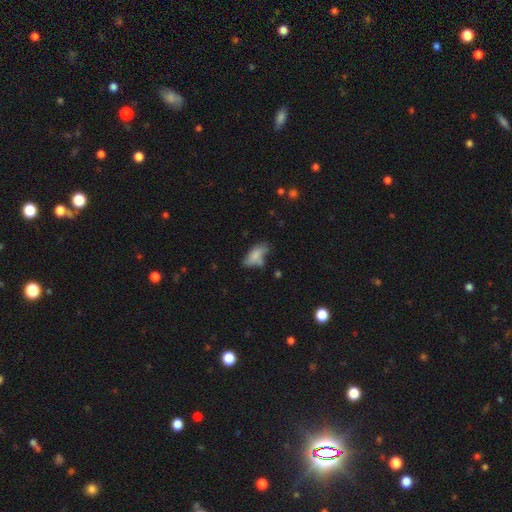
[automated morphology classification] smooth 72%, featured or disk 19%, star or artifact 9%. Down the decision tree: how rounded — in between (78%); merging — none (46%).